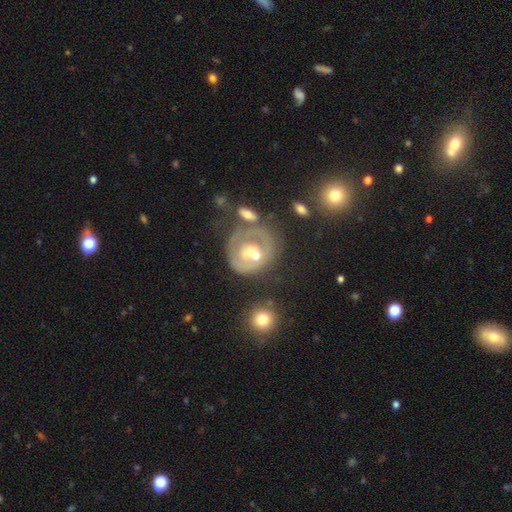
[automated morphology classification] Q: Smooth or featured?
A: featured or disk (69%); runner-up: smooth (22%)
Q: Edge-on disk?
A: no (97%); runner-up: yes (3%)
Q: Bar?
A: no (66%); runner-up: weak (26%)
Q: Spiral arms?
A: no (50%); tied with: yes (50%)
Q: Bulge size?
A: moderate (58%); runner-up: small (31%)
Q: Merging?
A: none (42%); runner-up: merger (23%)